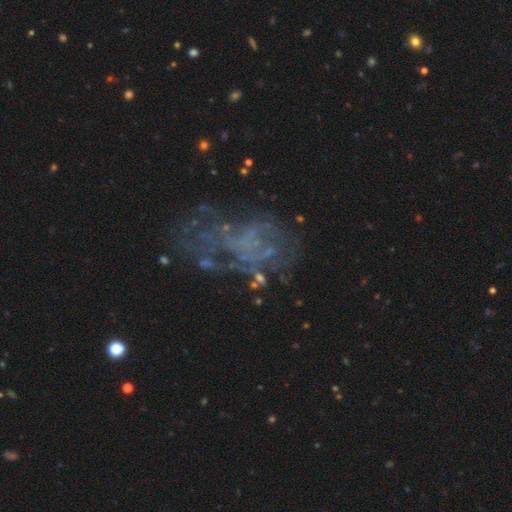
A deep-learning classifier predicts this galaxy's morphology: A featured or disk galaxy (64%) with no bar (89%), no spiral arms (77%) and no central bulge (82%).

Vote fractions:
- Smooth or featured? featured or disk: 64% / star or artifact: 22% / smooth: 15%
- Edge-on disk? no: 97% / yes: 3%
- Bar? no: 89% / weak: 8% / strong: 3%
- Spiral arms? no: 77% / yes: 23%
- Bulge size? none: 82% / small: 10% / moderate: 5% / large: 2% / dominant: 1%
- Merging? major disturbance: 39% / none: 38% / minor disturbance: 17% / merger: 6%